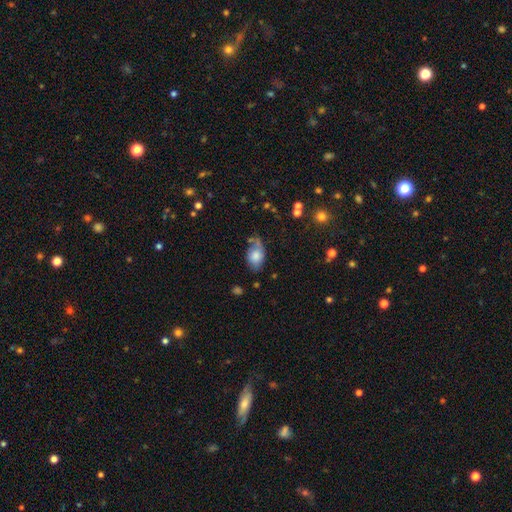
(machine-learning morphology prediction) Smooth or featured: smooth — 70% (featured or disk — 21%)
How rounded: in between — 86% (round — 12%)
Merging: none — 45% (minor disturbance — 33%)